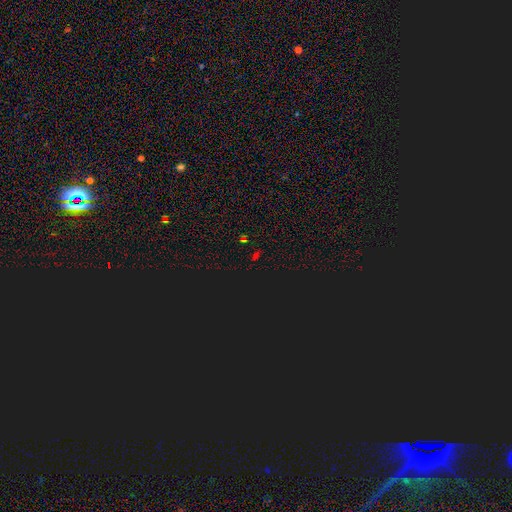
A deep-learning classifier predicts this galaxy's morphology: Smooth or featured? star or artifact (69%)